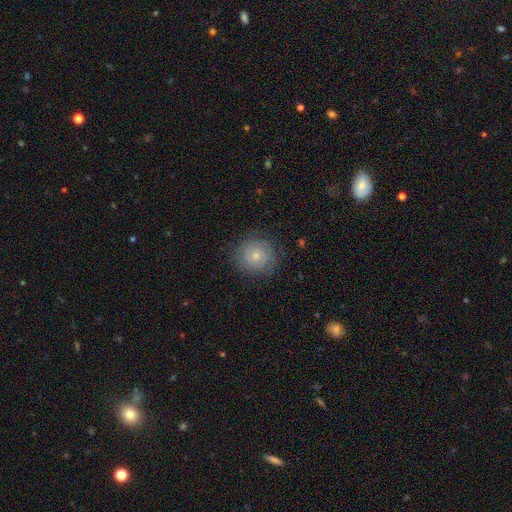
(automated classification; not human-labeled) This is possibly a smooth galaxy (60%). How rounded: clearly round (90%). Merging: clearly none (81%).